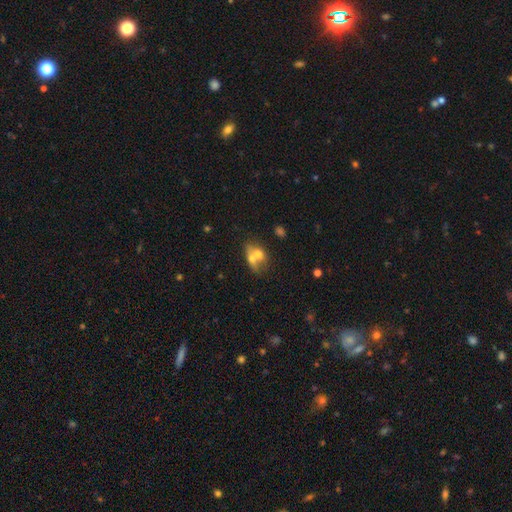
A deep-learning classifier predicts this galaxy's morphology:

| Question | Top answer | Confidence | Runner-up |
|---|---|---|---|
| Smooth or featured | smooth | 60% | featured or disk (31%) |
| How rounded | in between | 66% | round (30%) |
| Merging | merger | 67% | none (20%) |